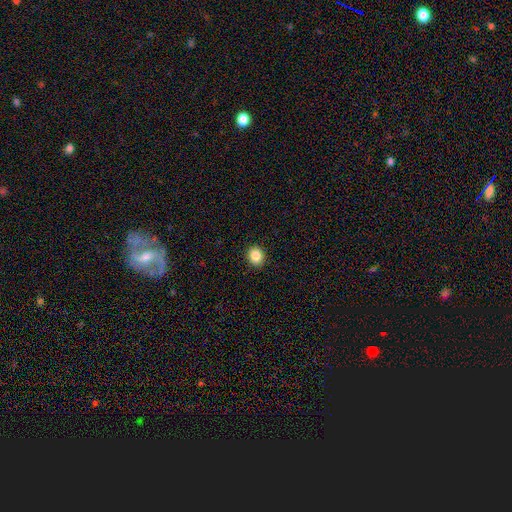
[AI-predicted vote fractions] The model was most divided on "how rounded": round: 74%, in between: 25%, cigar-shaped: 1%. More confident: merging — none (91%); smooth or featured — smooth (87%).